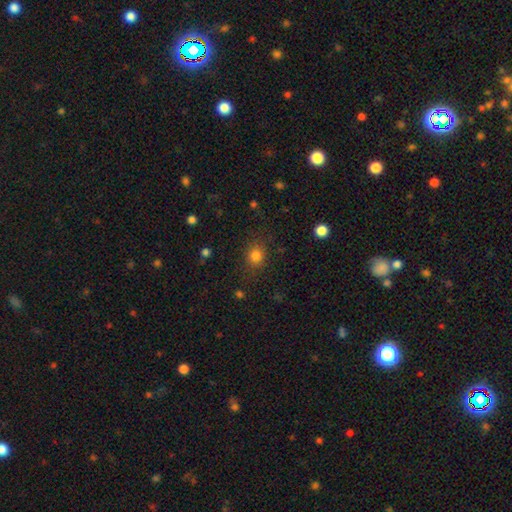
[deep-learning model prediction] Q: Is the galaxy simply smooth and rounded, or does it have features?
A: smooth — 82%.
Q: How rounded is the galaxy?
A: round — 72%.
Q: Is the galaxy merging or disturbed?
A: none — 82%.